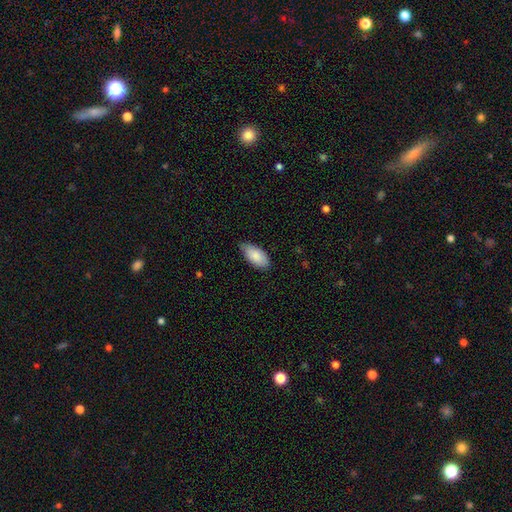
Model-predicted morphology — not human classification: A smooth galaxy with no disk features (87%) that is in between round and cigar-shaped (93%).

Vote fractions:
- Smooth or featured? smooth: 87% / featured or disk: 7% / star or artifact: 6%
- How rounded? in between: 93% / cigar-shaped: 5% / round: 2%
- Merging? none: 73% / minor disturbance: 23% / major disturbance: 3% / merger: 1%